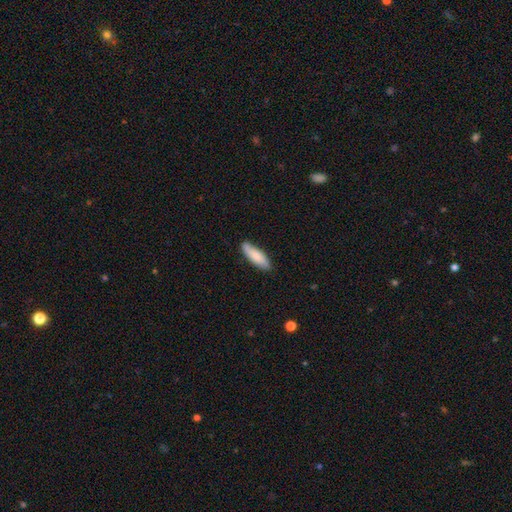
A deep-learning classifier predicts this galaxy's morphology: smooth-or-featured: smooth: 80% | featured or disk: 15% | star or artifact: 5%
  how-rounded: in between: 50% | cigar-shaped: 49% | round: 2%
  merging: none: 81% | minor disturbance: 15% | major disturbance: 2% | merger: 2%